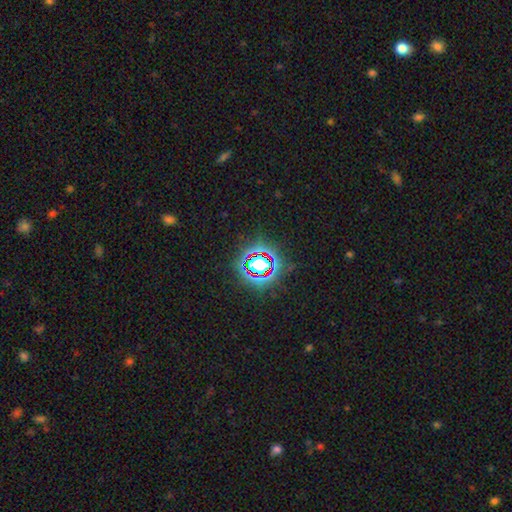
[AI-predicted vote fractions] Overall: star or artifact (79%).